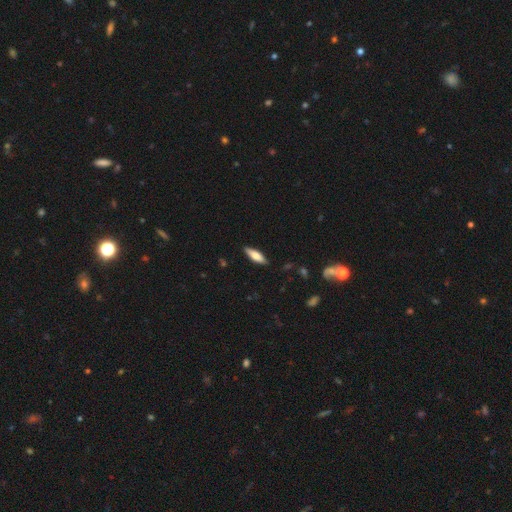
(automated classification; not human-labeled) Smooth or featured? smooth (66%)
How rounded? in between (49%, tied with cigar-shaped)
Merging? none (87%)